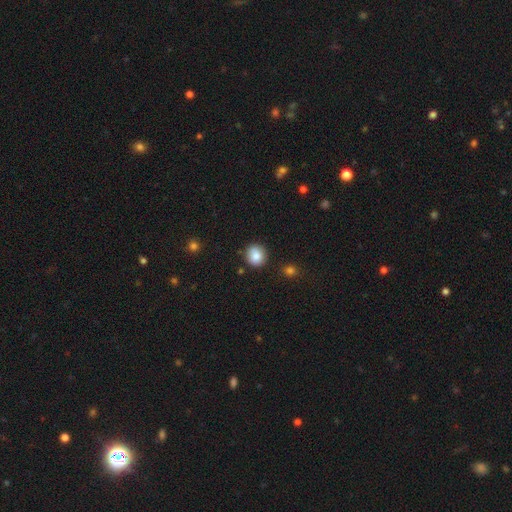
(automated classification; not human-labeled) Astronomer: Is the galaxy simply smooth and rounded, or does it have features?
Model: smooth — 84%.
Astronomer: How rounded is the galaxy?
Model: round — 86%.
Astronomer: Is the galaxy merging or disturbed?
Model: none — 83%.